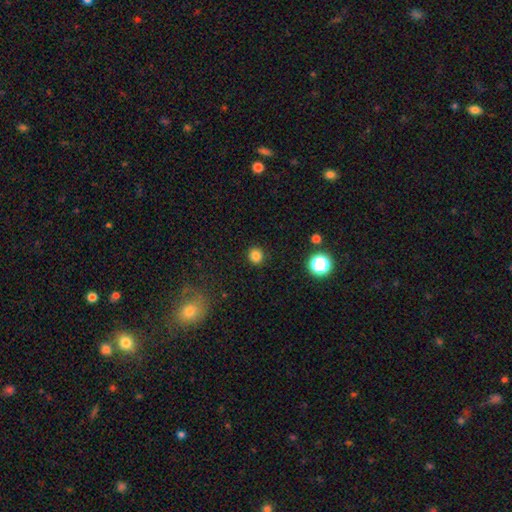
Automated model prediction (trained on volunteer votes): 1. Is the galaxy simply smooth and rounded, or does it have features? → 82% smooth, 13% star or artifact, 4% featured or disk.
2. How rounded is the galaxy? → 90% round, 9% in between, 1% cigar-shaped.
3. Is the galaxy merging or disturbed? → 91% none, 6% minor disturbance, 2% major disturbance, 1% merger.